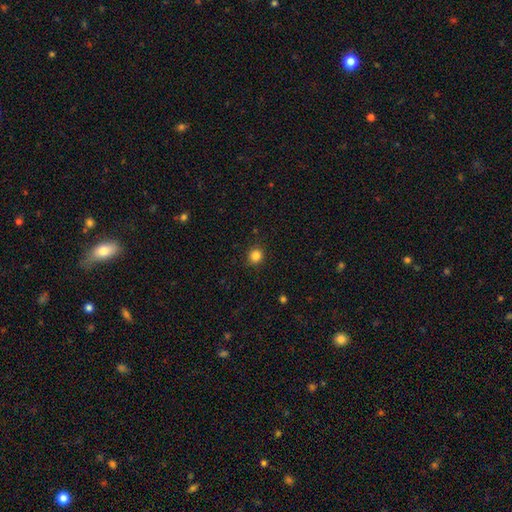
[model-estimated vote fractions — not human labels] This is clearly a smooth galaxy (84%). How rounded: clearly round (90%). Merging: clearly none (91%).